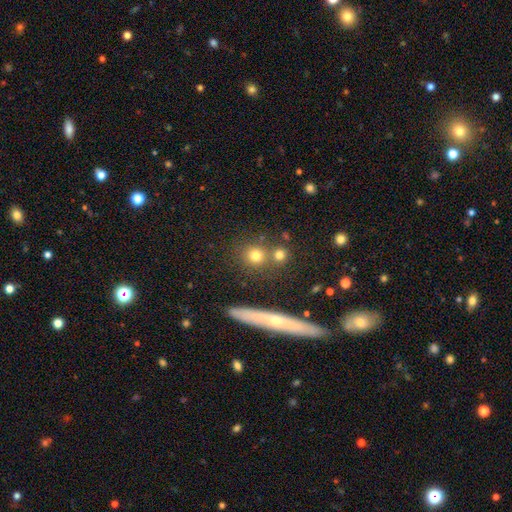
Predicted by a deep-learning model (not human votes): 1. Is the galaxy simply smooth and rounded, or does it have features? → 74% smooth, 14% star or artifact, 12% featured or disk.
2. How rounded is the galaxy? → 84% round, 11% in between, 5% cigar-shaped.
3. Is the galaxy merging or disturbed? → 72% none, 15% merger, 9% minor disturbance, 4% major disturbance.